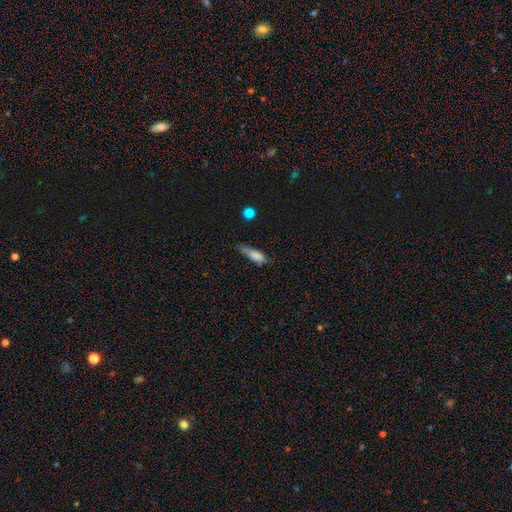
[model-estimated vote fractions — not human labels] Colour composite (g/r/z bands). It shows a smooth galaxy with no disk features (73%) that is cigar-shaped (55%). Merging: minor disturbance (39%, tied with none).